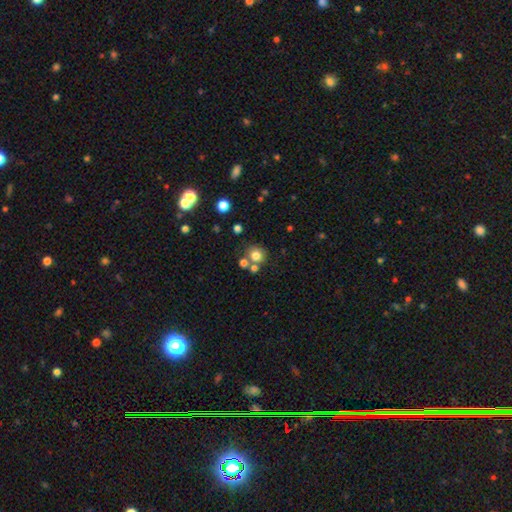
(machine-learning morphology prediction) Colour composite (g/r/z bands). It shows a smooth galaxy with no disk features (77%) that is round (88%). Merging: none (65%).